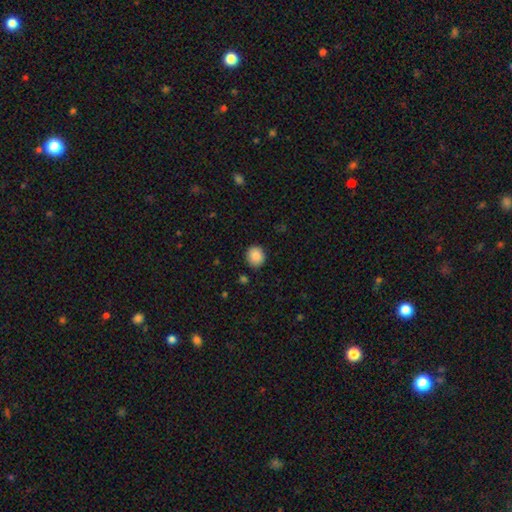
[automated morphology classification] This is clearly a smooth galaxy (88%). How rounded: clearly round (83%). Merging: clearly none (89%).